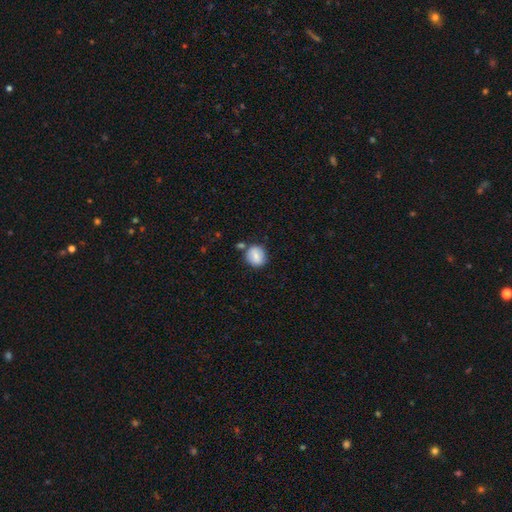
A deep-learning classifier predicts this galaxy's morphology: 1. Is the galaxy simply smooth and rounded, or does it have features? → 77% smooth, 15% featured or disk, 8% star or artifact.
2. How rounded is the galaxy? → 81% round, 18% in between, 1% cigar-shaped.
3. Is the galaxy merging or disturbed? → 71% none, 15% minor disturbance, 11% merger, 3% major disturbance.